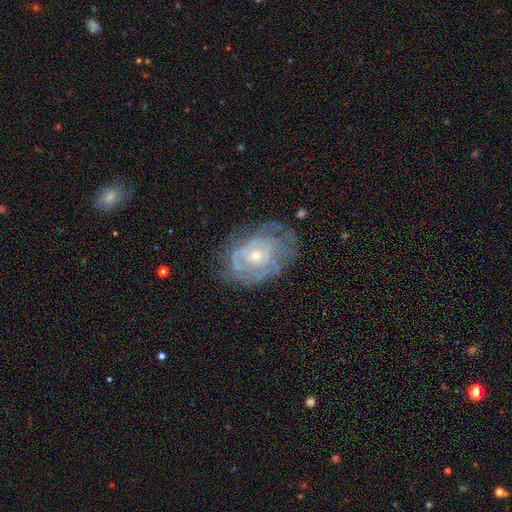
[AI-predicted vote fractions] smooth_or_featured: featured or disk (p=0.77) [alt: smooth p=0.15]
disk_edge_on: no (p=0.96) [alt: yes p=0.04]
bar: no (p=0.76) [alt: weak p=0.20]
has_spiral_arms: yes (p=0.79) [alt: no p=0.21]
spiral_winding: tight (p=0.67) [alt: medium p=0.24]
spiral_arm_count: can't tell (p=0.56) [alt: 2 p=0.20]
bulge_size: small (p=0.61) [alt: moderate p=0.35]
merging: none (p=0.62) [alt: minor disturbance p=0.23]